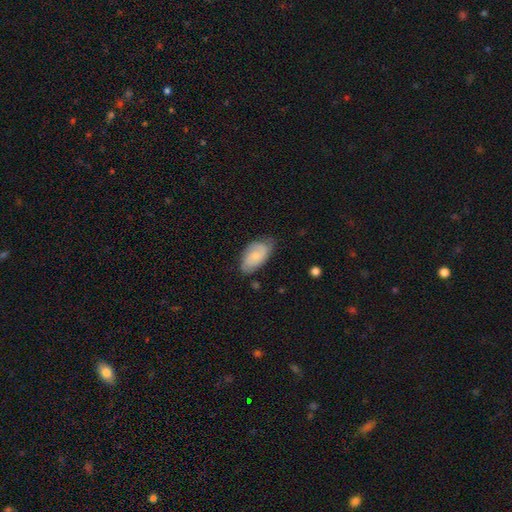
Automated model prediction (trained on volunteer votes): This appears to be a smooth galaxy with no disk features (48%). Merging: none (67%).